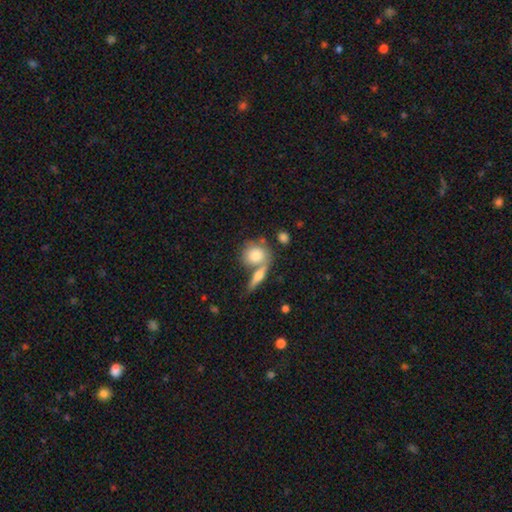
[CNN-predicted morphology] Overall: smooth (74%). How rounded: round (67%; in between 29%). Merging: none (43%; merger 40%).